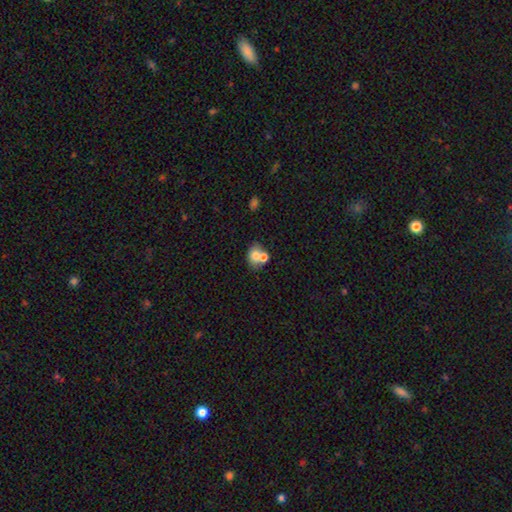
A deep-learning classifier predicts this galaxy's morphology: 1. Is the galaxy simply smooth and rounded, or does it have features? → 72% smooth, 19% featured or disk, 10% star or artifact.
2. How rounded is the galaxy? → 53% in between, 46% round, 1% cigar-shaped.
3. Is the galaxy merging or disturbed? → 44% merger, 41% none, 11% minor disturbance, 4% major disturbance.